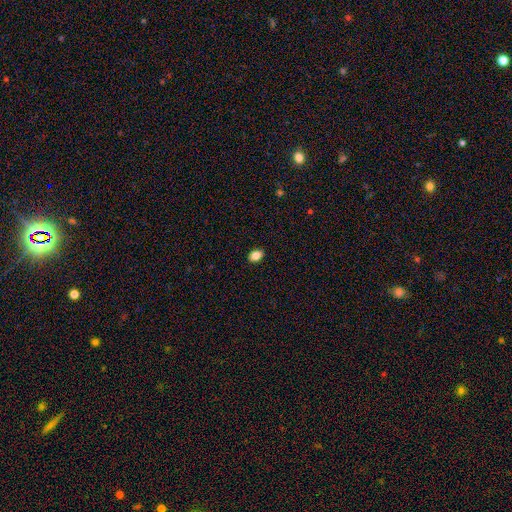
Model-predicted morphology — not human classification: Smooth or featured? smooth (85%)
How rounded? in between (73%)
Merging? none (90%)